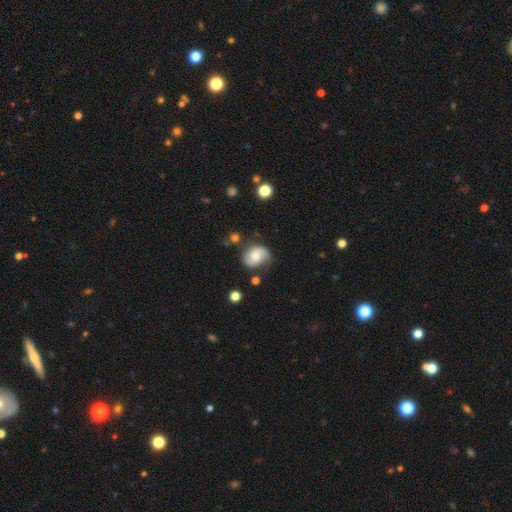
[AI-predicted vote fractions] Smooth or featured? Predicted: smooth (p=0.49). Merging? Predicted: none (p=0.58).